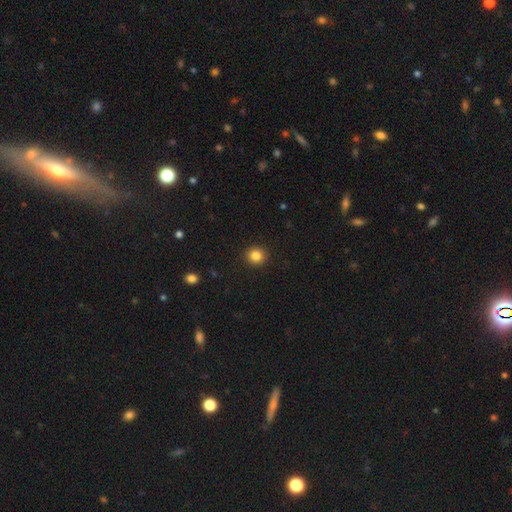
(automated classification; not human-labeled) A smooth galaxy with no disk features (84%) that is round (91%).

Vote fractions:
- Smooth or featured? smooth: 84% / star or artifact: 11% / featured or disk: 5%
- How rounded? round: 91% / in between: 8% / cigar-shaped: 1%
- Merging? none: 92% / minor disturbance: 5% / major disturbance: 2% / merger: 1%